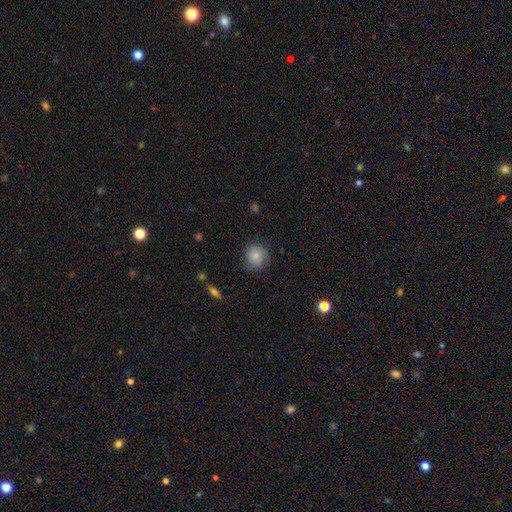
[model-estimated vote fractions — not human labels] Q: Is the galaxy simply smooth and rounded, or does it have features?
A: smooth — 76%.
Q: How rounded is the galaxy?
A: round — 86%.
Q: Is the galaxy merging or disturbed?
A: none — 67%.